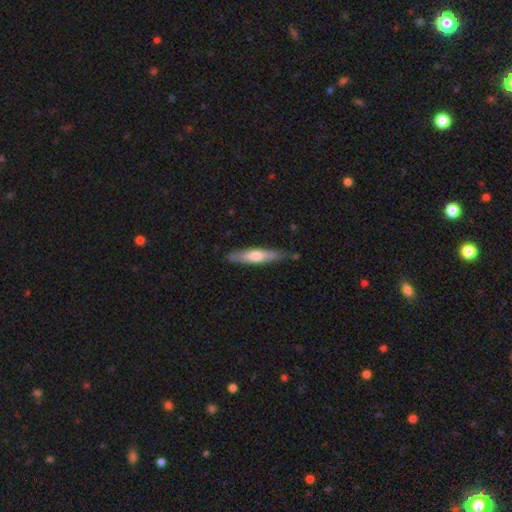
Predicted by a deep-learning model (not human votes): Smooth or featured? Predicted: smooth (p=0.57). How rounded? Predicted: cigar-shaped (p=0.81). Merging? Predicted: none (p=0.76).